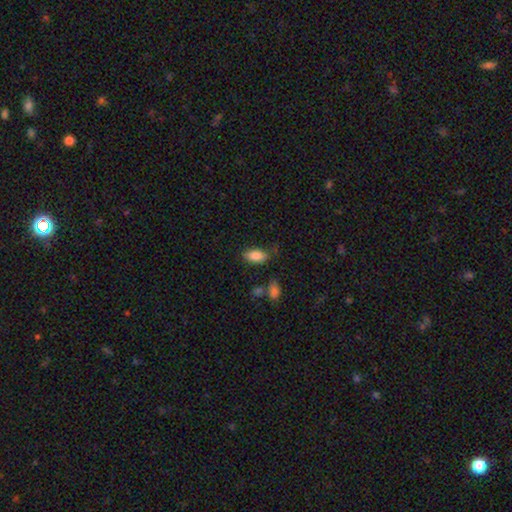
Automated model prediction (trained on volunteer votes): Smooth or featured: smooth — 86% (star or artifact — 8%)
How rounded: in between — 91% (cigar-shaped — 6%)
Merging: none — 72% (minor disturbance — 19%)